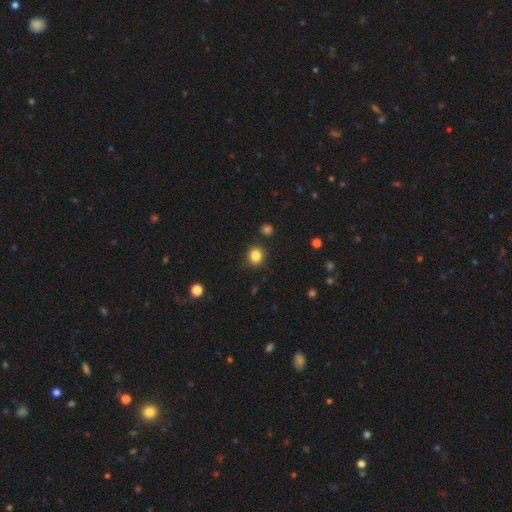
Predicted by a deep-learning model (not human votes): Smooth or featured?
  - smooth: 84% *
  - star or artifact: 11%
  - featured or disk: 5%
How rounded?
  - round: 74% *
  - in between: 25%
  - cigar-shaped: 1%
Merging?
  - none: 87% *
  - minor disturbance: 8%
  - major disturbance: 2%
  - merger: 2%